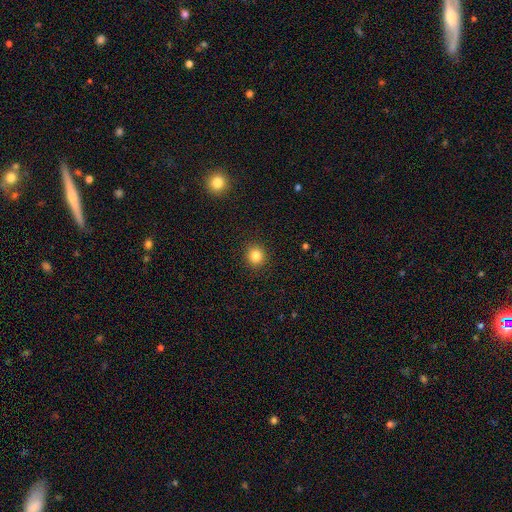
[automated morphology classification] This appears to be a smooth galaxy with no disk features (83%) that is round (90%). Merging: none (91%).